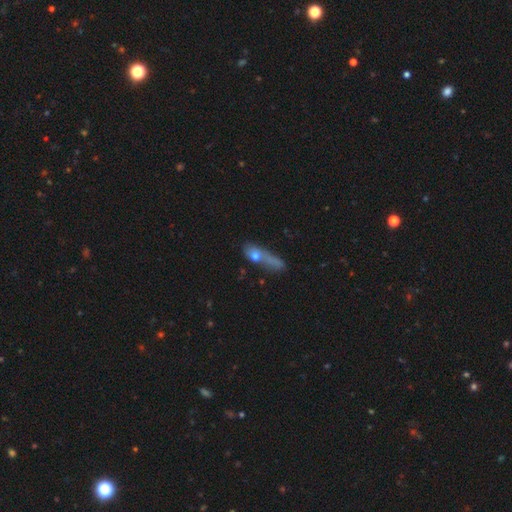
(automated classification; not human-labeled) The model was most divided on "how rounded": in between: 44%, cigar-shaped: 41%, round: 15%. Remaining: smooth or featured — smooth (63%); merging — merger (30%).